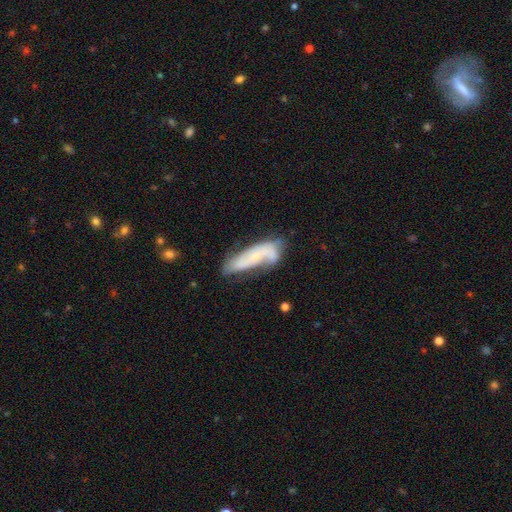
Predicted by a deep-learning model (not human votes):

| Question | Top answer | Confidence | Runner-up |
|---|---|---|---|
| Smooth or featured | featured or disk | 57% | smooth (35%) |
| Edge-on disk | no | 80% | yes (20%) |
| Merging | none | 46% | minor disturbance (27%) |